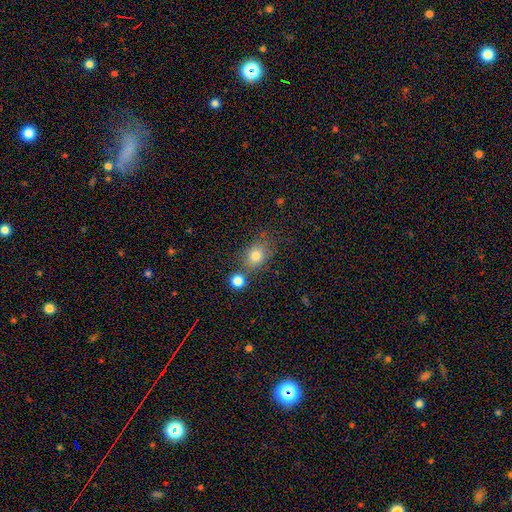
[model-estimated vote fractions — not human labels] This appears to be a smooth galaxy with no disk features (77%) that is round (53%). Merging: none (60%).